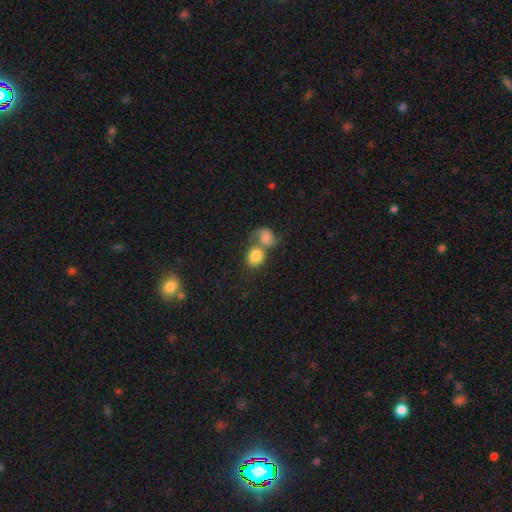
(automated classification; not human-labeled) Smooth or featured: smooth — 82% (featured or disk — 10%)
How rounded: round — 62% (in between — 37%)
Merging: merger — 60% (none — 26%)